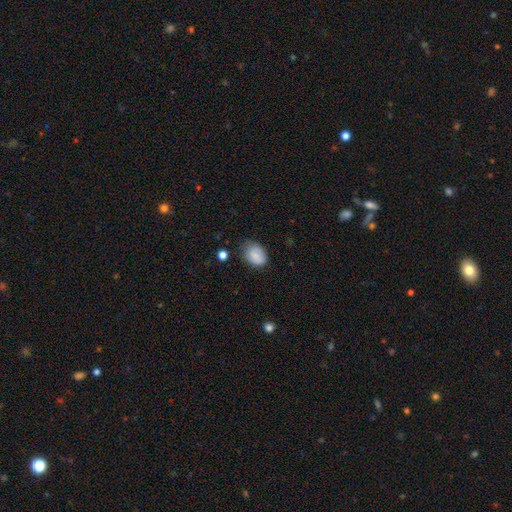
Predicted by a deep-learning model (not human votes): A smooth galaxy with no disk features (80%) that is in between round and cigar-shaped (70%).

Vote fractions:
- Smooth or featured? smooth: 80% / featured or disk: 12% / star or artifact: 8%
- How rounded? in between: 70% / round: 29% / cigar-shaped: 1%
- Merging? none: 62% / minor disturbance: 29% / major disturbance: 7% / merger: 2%